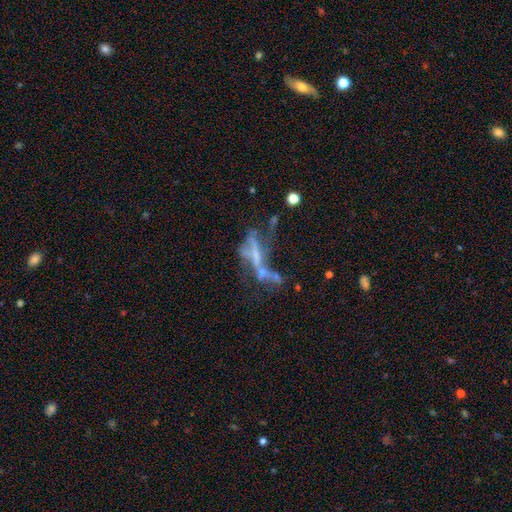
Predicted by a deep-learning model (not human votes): A featured or disk galaxy (60%).

Vote fractions:
- Smooth or featured? featured or disk: 60% / star or artifact: 21% / smooth: 19%
- Edge-on disk? no: 82% / yes: 18%
- Merging? merger: 36% / major disturbance: 33% / none: 20% / minor disturbance: 11%